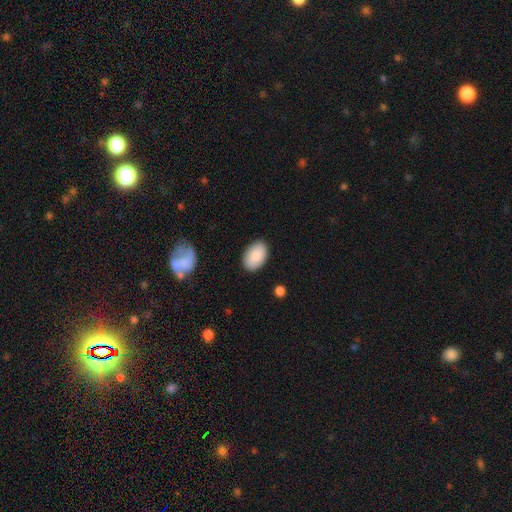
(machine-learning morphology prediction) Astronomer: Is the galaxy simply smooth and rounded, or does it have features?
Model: smooth — 87%.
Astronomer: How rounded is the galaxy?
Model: in between — 91%.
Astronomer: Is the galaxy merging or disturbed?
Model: none — 86%.